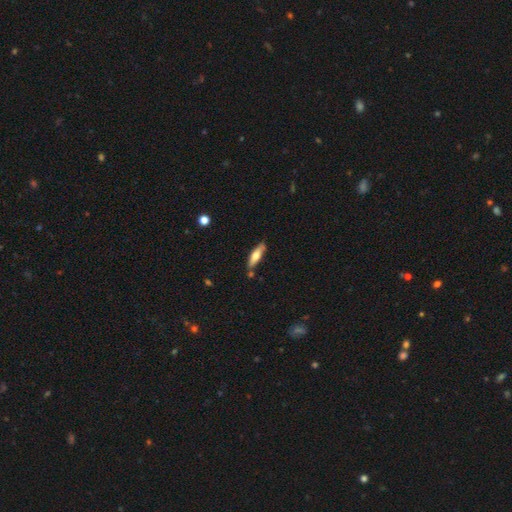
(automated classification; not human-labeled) Morphology: type=smooth (58%); roundness=cigar-shaped (63%); merging=none (77%).